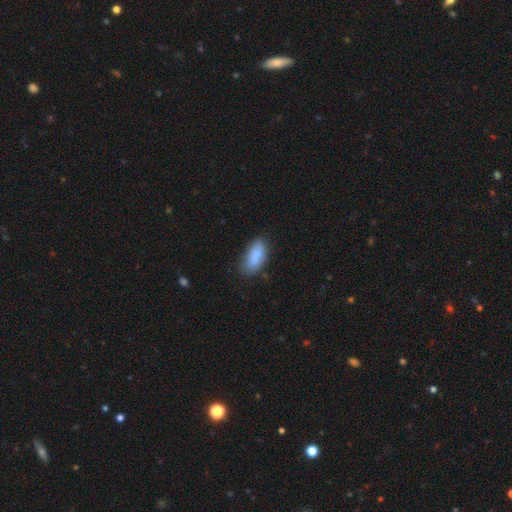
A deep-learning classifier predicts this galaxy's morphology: Smooth or featured?
  - smooth: 80% *
  - featured or disk: 12%
  - star or artifact: 7%
How rounded?
  - in between: 88% *
  - cigar-shaped: 9%
  - round: 3%
Merging?
  - none: 65% *
  - minor disturbance: 24%
  - major disturbance: 6%
  - merger: 5%